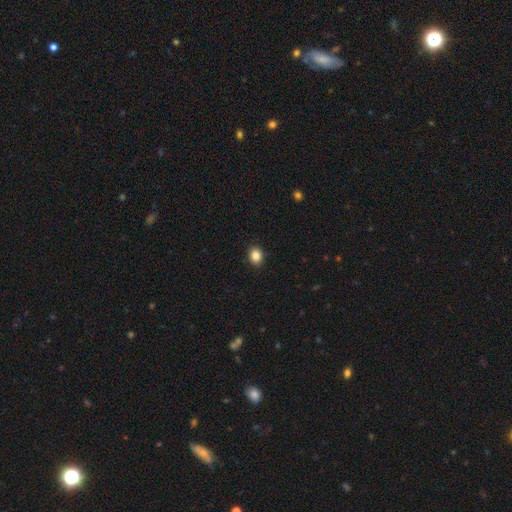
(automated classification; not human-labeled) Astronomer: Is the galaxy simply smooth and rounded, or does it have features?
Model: smooth — 86%.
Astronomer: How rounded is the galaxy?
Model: round — 55% (runner-up: in between, 44%).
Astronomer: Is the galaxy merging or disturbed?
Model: none — 91%.